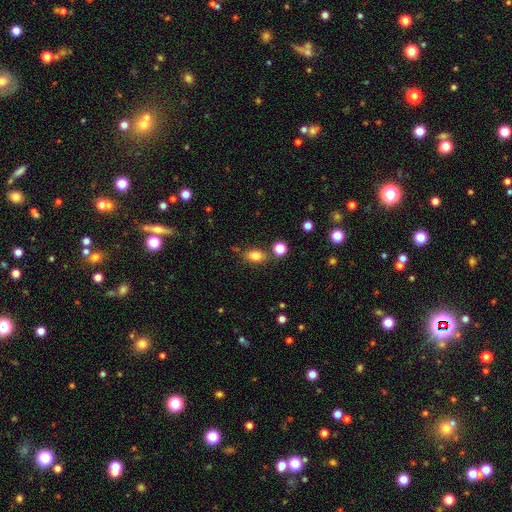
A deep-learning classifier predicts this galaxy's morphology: Smooth or featured: smooth — 82% (star or artifact — 11%)
How rounded: in between — 81% (round — 17%)
Merging: none — 75% (minor disturbance — 13%)